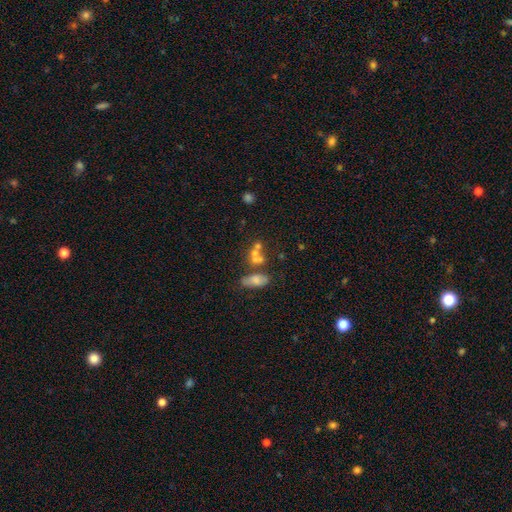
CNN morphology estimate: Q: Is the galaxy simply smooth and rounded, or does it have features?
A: smooth — 51%.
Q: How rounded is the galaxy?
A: in between — 66%.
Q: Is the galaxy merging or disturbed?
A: merger — 41%.